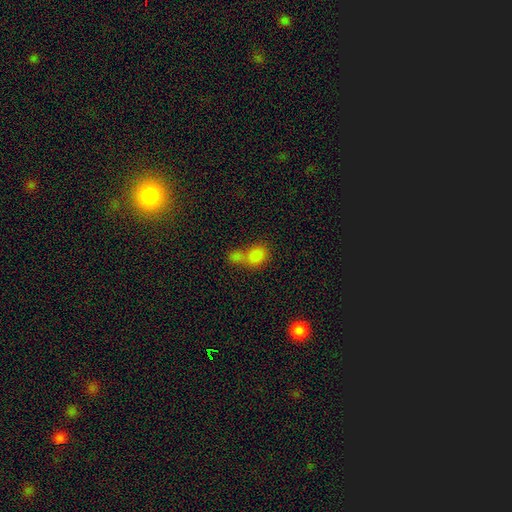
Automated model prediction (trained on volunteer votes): Smooth or featured?
  - smooth: 81% *
  - star or artifact: 11%
  - featured or disk: 8%
How rounded?
  - in between: 55% *
  - round: 43%
  - cigar-shaped: 2%
Merging?
  - merger: 65% *
  - none: 24%
  - minor disturbance: 6%
  - major disturbance: 5%